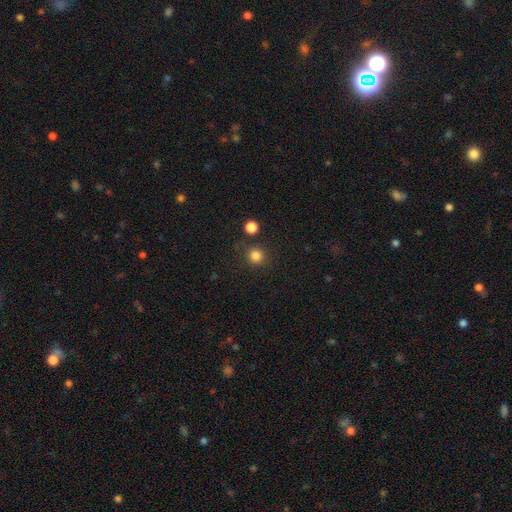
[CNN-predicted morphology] smooth-or-featured: smooth: 83% | star or artifact: 13% | featured or disk: 4%
  how-rounded: round: 93% | in between: 6% | cigar-shaped: 1%
  merging: none: 84% | minor disturbance: 8% | merger: 5% | major disturbance: 3%